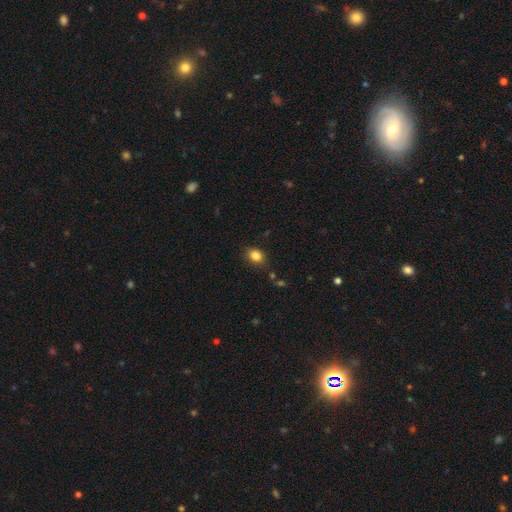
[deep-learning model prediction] Smooth or featured?
  - smooth: 84% *
  - star or artifact: 11%
  - featured or disk: 5%
How rounded?
  - in between: 55% *
  - round: 44%
  - cigar-shaped: 1%
Merging?
  - none: 83% *
  - minor disturbance: 12%
  - major disturbance: 3%
  - merger: 2%